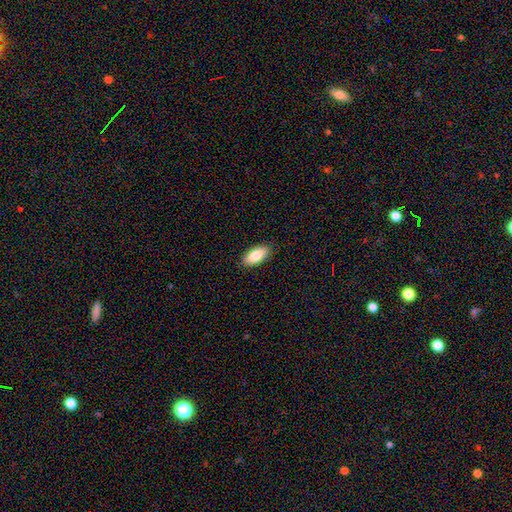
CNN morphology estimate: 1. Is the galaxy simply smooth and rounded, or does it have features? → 84% smooth, 10% featured or disk, 6% star or artifact.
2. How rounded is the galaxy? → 89% in between, 9% cigar-shaped, 2% round.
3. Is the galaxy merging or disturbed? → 89% none, 8% minor disturbance, 2% major disturbance, 1% merger.